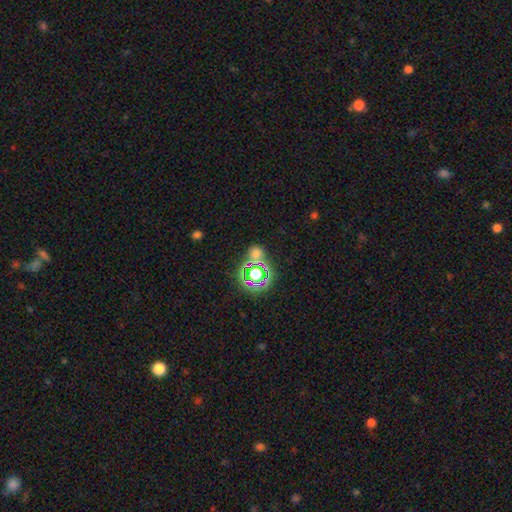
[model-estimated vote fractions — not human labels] Q: Smooth or featured?
A: star or artifact (64%); runner-up: smooth (27%)